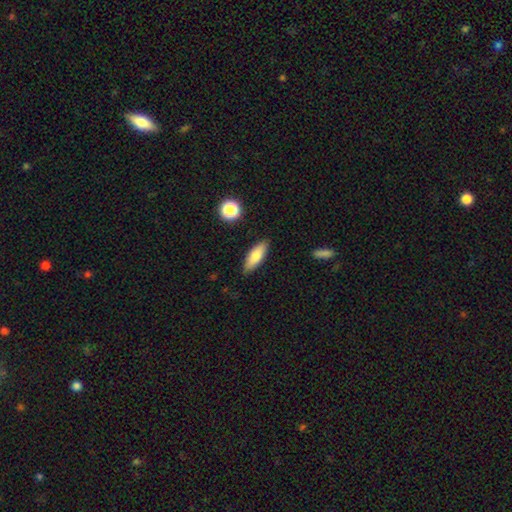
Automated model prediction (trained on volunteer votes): A smooth galaxy with no disk features (80%) that is in between round and cigar-shaped (60%). Merging: none (86%).